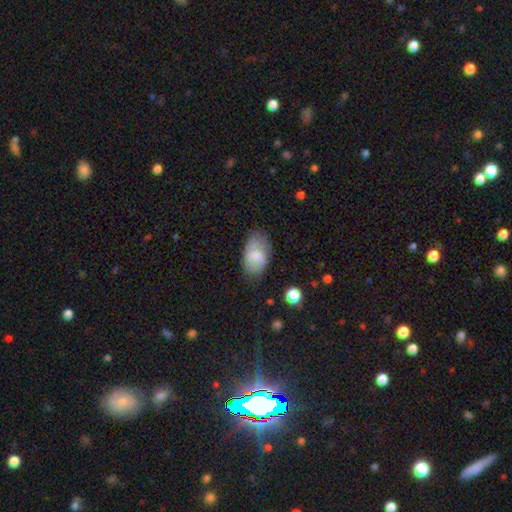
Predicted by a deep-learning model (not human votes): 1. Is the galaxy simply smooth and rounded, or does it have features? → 70% smooth, 23% featured or disk, 8% star or artifact.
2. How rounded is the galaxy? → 92% in between, 7% round, 1% cigar-shaped.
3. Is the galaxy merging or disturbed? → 63% none, 26% minor disturbance, 9% major disturbance, 2% merger.